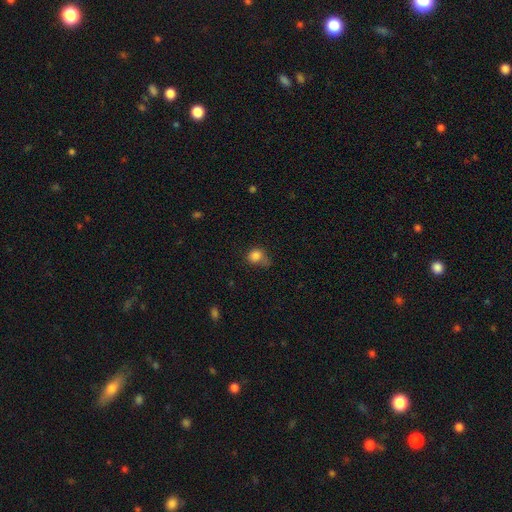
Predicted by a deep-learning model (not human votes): Smooth or featured?
  - smooth: 82% *
  - star or artifact: 10%
  - featured or disk: 7%
How rounded?
  - round: 70% *
  - in between: 29%
  - cigar-shaped: 1%
Merging?
  - none: 42% *
  - minor disturbance: 32%
  - major disturbance: 20%
  - merger: 7%